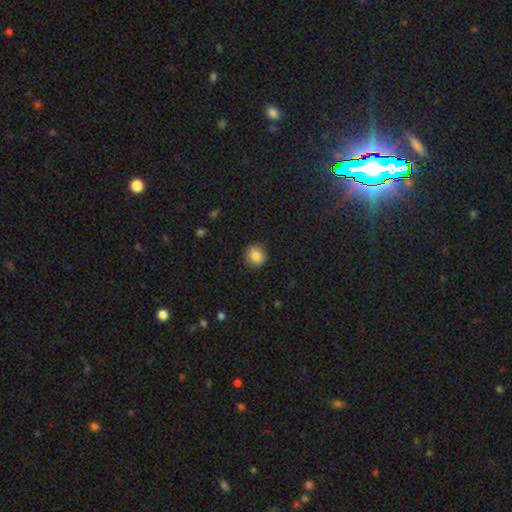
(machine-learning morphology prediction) smooth_or_featured: smooth (p=0.85) [alt: star or artifact p=0.09]
how_rounded: round (p=0.88) [alt: in between p=0.11]
merging: none (p=0.88) [alt: minor disturbance p=0.08]